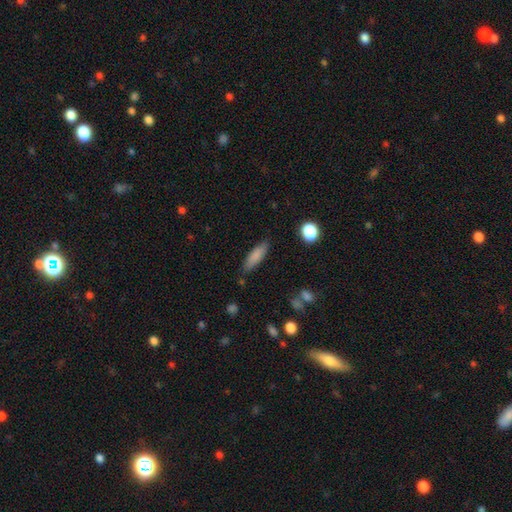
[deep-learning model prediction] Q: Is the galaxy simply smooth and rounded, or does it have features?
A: smooth — 83%.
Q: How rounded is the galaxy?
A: cigar-shaped — 56%.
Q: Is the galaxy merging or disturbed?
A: none — 82%.